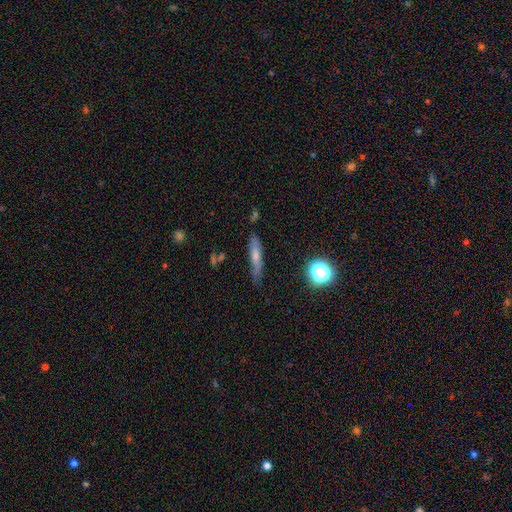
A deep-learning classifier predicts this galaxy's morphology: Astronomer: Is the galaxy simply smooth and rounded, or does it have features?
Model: smooth — 59%.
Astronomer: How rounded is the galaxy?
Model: cigar-shaped — 80%.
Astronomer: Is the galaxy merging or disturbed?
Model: none — 69%.